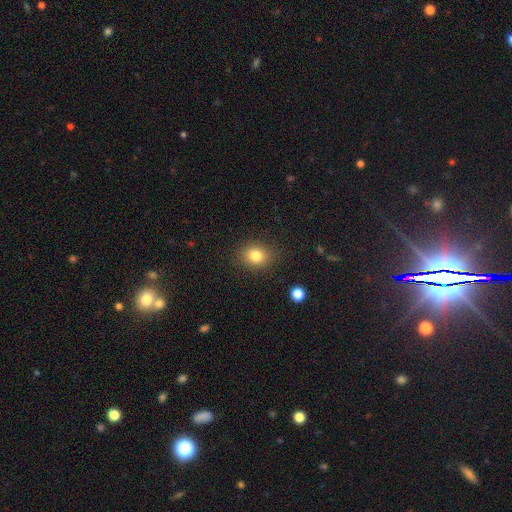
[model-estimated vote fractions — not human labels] The model was most divided on "how rounded": round: 60%, in between: 40%, cigar-shaped: 1%. More confident: merging — none (86%); smooth or featured — smooth (81%).